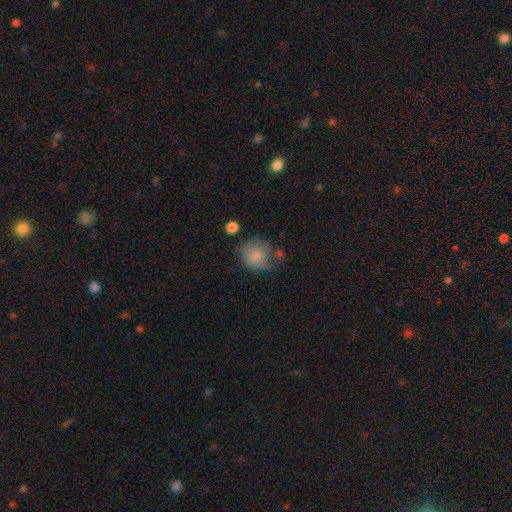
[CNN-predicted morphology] Smooth or featured?
  - smooth: 80% *
  - featured or disk: 12%
  - star or artifact: 8%
How rounded?
  - round: 81% *
  - in between: 18%
  - cigar-shaped: 1%
Merging?
  - none: 54% *
  - minor disturbance: 27%
  - major disturbance: 12%
  - merger: 7%